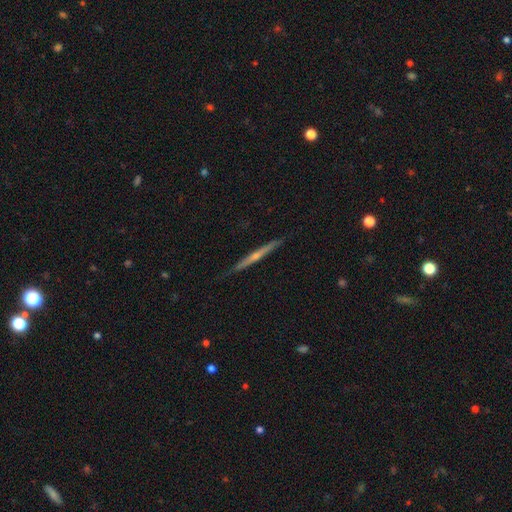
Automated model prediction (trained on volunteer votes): Smooth or featured? Predicted: featured or disk (p=0.68). Edge-on disk? Predicted: yes (p=0.97). Edge-on bulge? Predicted: rounded (p=0.60). Merging? Predicted: none (p=0.89).